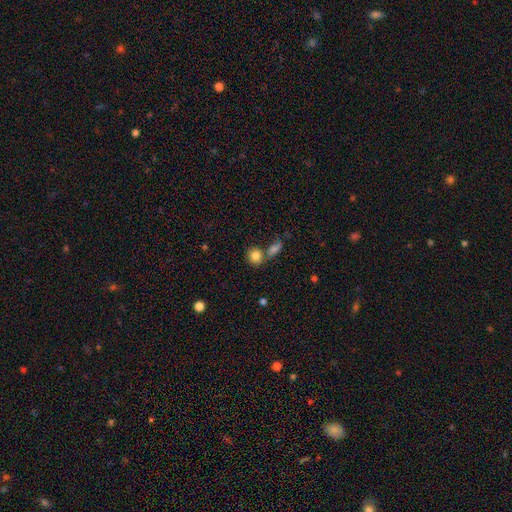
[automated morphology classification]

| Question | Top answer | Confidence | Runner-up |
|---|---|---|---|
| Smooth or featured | smooth | 83% | star or artifact (9%) |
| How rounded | round | 76% | in between (22%) |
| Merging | none | 57% | merger (28%) |